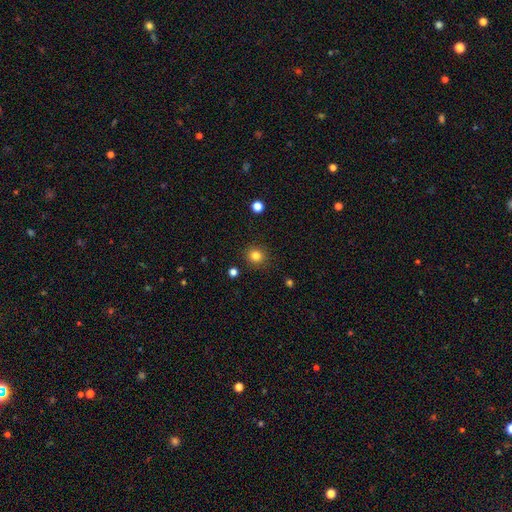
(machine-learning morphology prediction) Q: Smooth or featured?
A: smooth (82%); runner-up: star or artifact (13%)
Q: How rounded?
A: round (90%); runner-up: in between (9%)
Q: Merging?
A: none (90%); runner-up: minor disturbance (7%)